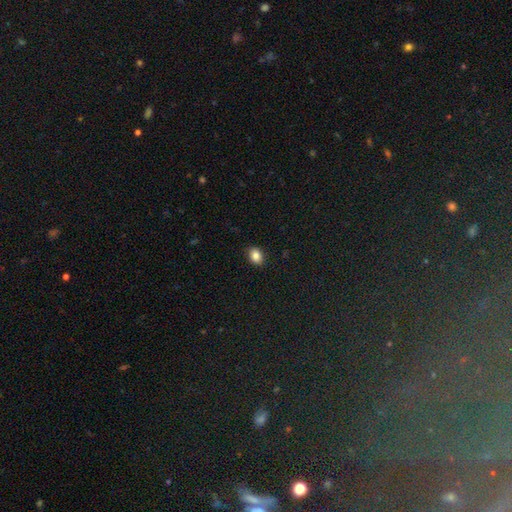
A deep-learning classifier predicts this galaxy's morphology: smooth_or_featured: smooth (p=0.85) [alt: star or artifact p=0.09]
how_rounded: in between (p=0.68) [alt: round p=0.31]
merging: none (p=0.90) [alt: minor disturbance p=0.08]